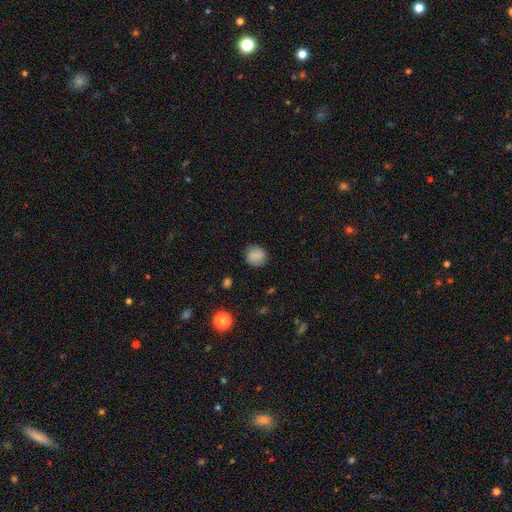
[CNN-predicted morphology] The model was most divided on "how rounded": round: 82%, in between: 17%, cigar-shaped: 1%. More confident: merging — none (84%); smooth or featured — smooth (84%).